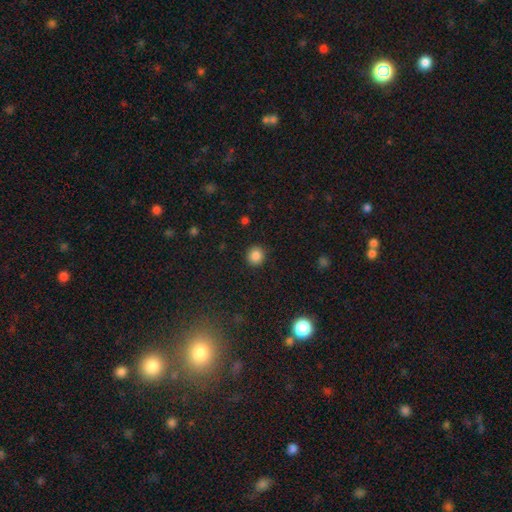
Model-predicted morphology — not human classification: A smooth galaxy with no disk features (86%) that is round (91%).

Vote fractions:
- Smooth or featured? smooth: 86% / star or artifact: 10% / featured or disk: 4%
- How rounded? round: 91% / in between: 8% / cigar-shaped: 1%
- Merging? none: 91% / minor disturbance: 6% / major disturbance: 2% / merger: 1%